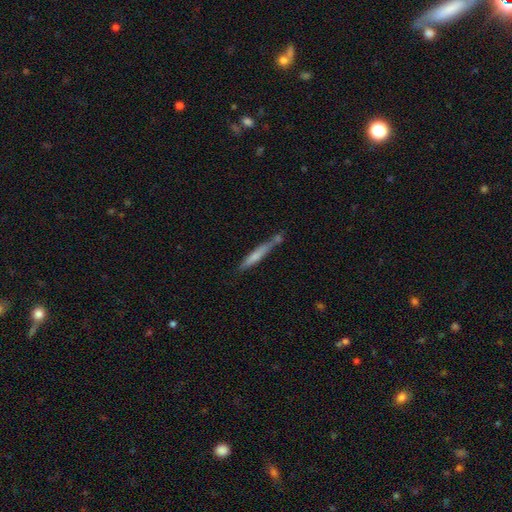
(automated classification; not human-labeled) Smooth or featured?
  - smooth: 60% *
  - featured or disk: 34%
  - star or artifact: 6%
How rounded?
  - cigar-shaped: 94% *
  - in between: 5%
  - round: 1%
Merging?
  - none: 57% *
  - minor disturbance: 19%
  - merger: 19%
  - major disturbance: 5%